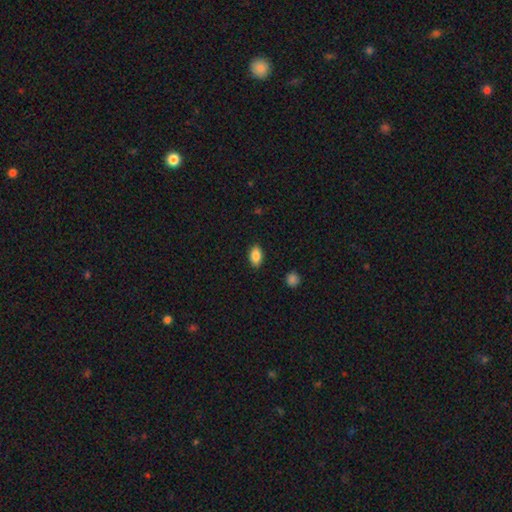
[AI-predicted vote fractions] smooth_or_featured: smooth (p=0.87) [alt: star or artifact p=0.08]
how_rounded: in between (p=0.90) [alt: round p=0.07]
merging: none (p=0.88) [alt: minor disturbance p=0.08]